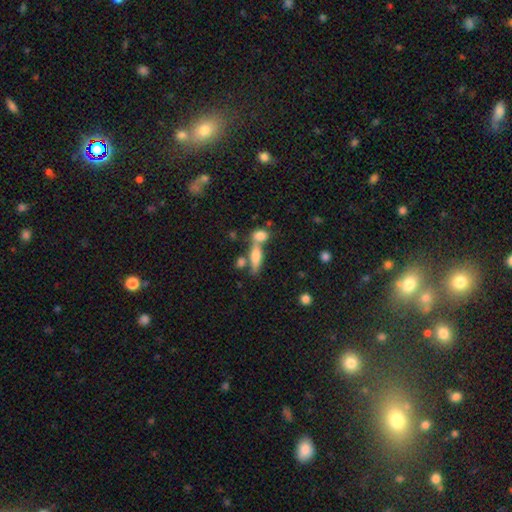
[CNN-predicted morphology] The model was most divided on "merging": none: 49%, merger: 36%, minor disturbance: 11%, major disturbance: 5%. More confident: how rounded — cigar-shaped (55%); smooth or featured — smooth (55%).